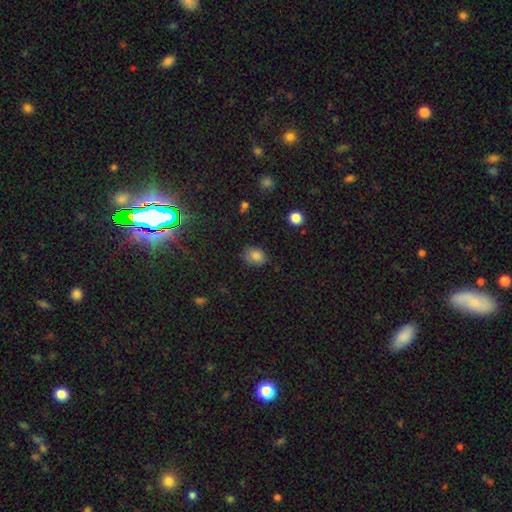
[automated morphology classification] Smooth or featured: smooth — 82% (star or artifact — 12%)
How rounded: in between — 54% (round — 45%)
Merging: none — 74% (minor disturbance — 21%)